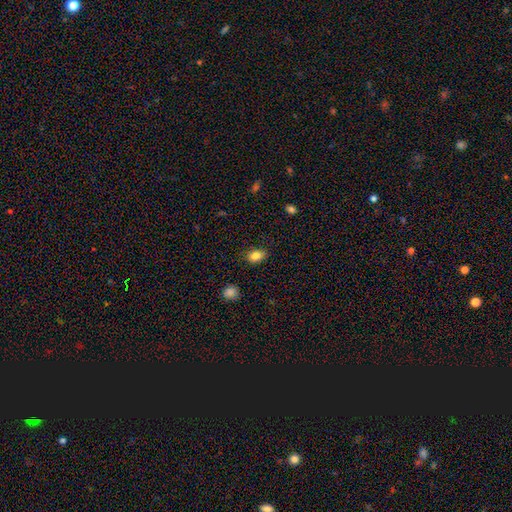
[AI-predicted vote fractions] smooth 84%, star or artifact 10%, featured or disk 6%. Down the decision tree: how rounded — in between (73%); merging — none (85%).